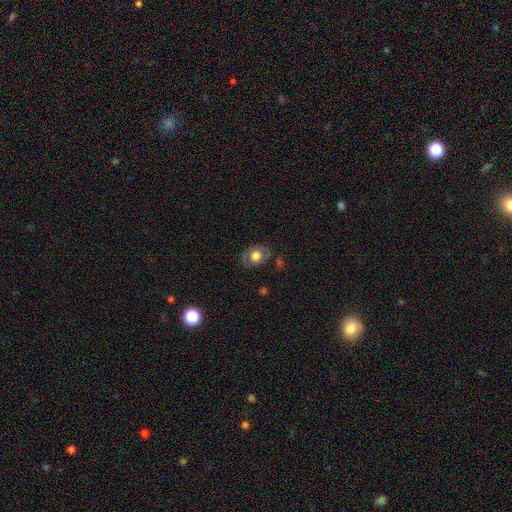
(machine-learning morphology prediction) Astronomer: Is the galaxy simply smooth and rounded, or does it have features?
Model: smooth — 60%.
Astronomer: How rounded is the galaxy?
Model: in between — 63%.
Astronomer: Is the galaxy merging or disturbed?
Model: none — 76%.